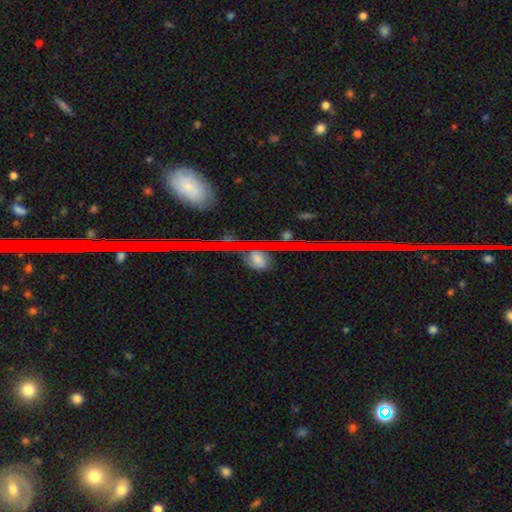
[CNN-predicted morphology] Q: Smooth or featured?
A: star or artifact (73%); runner-up: smooth (14%)